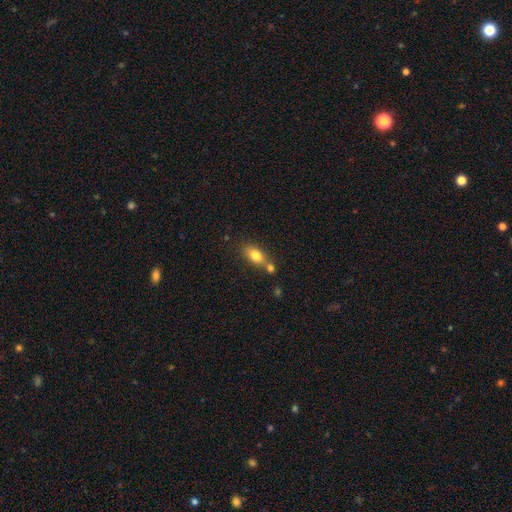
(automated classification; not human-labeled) smooth-or-featured: smooth: 78% | featured or disk: 13% | star or artifact: 9%
  how-rounded: in between: 82% | round: 12% | cigar-shaped: 7%
  merging: none: 53% | merger: 30% | minor disturbance: 13% | major disturbance: 4%